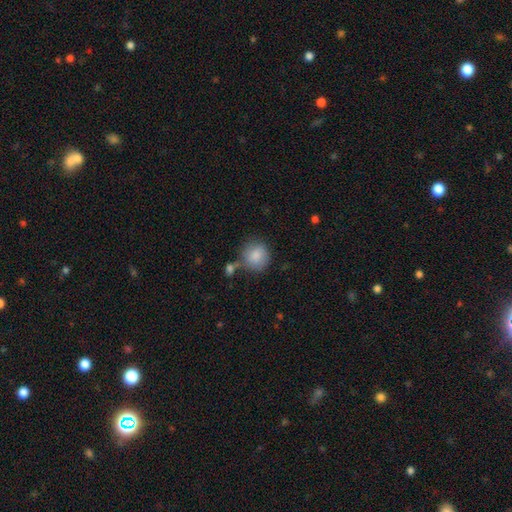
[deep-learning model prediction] Q: Smooth or featured?
A: smooth (84%); runner-up: featured or disk (9%)
Q: How rounded?
A: round (87%); runner-up: in between (12%)
Q: Merging?
A: none (64%); runner-up: minor disturbance (19%)